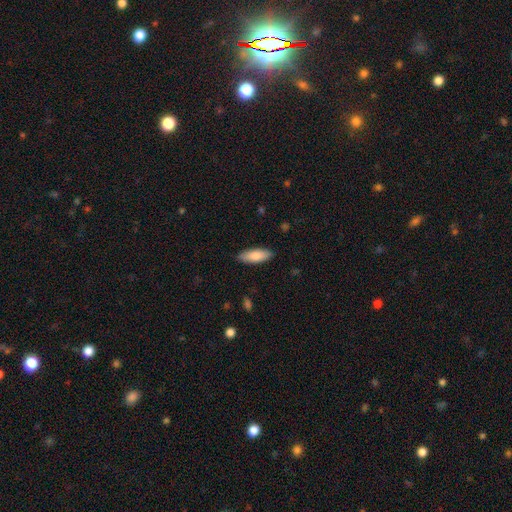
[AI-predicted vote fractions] This appears to be a smooth galaxy with no disk features (82%) that is in between round and cigar-shaped (70%). Merging: none (87%).